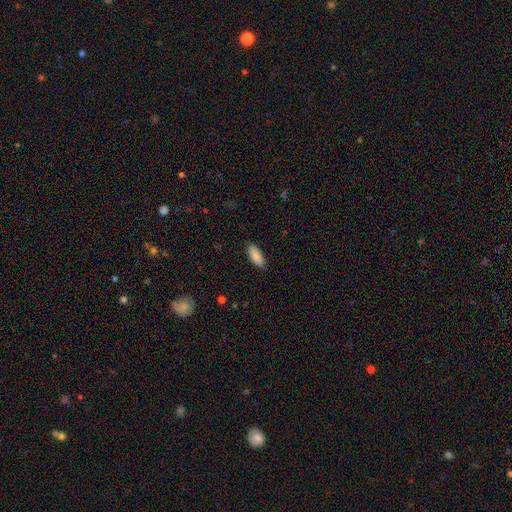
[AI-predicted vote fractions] A smooth galaxy with no disk features (88%) that is in between round and cigar-shaped (83%). Merging: none (84%).